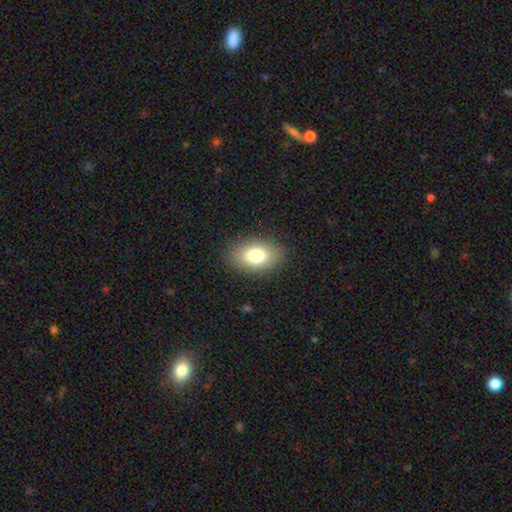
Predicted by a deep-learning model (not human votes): This is likely a smooth galaxy (80%). How rounded: clearly in between (86%). Merging: clearly none (87%).